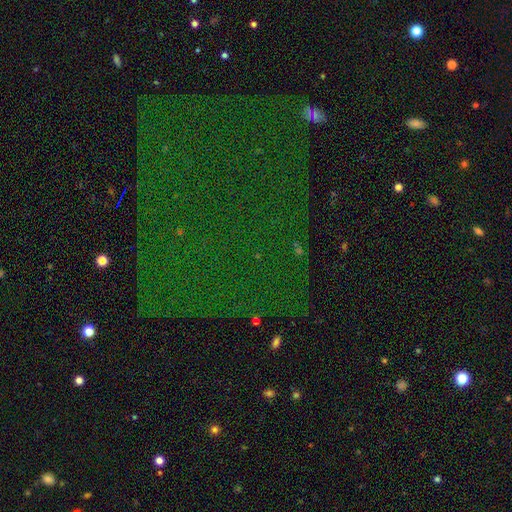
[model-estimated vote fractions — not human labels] smooth-or-featured: star or artifact: 79% | smooth: 11% | featured or disk: 10%